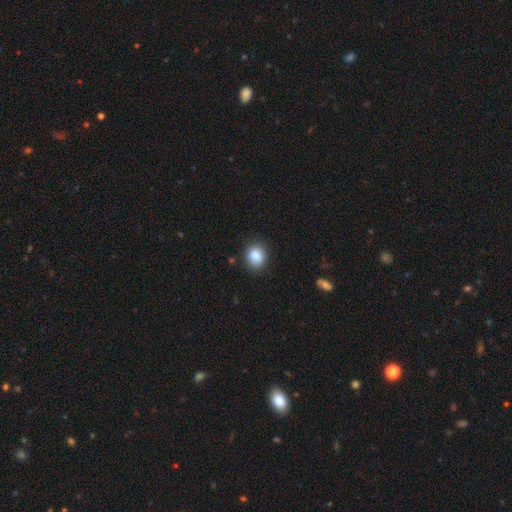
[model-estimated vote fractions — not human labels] Q: Smooth or featured?
A: smooth (87%); runner-up: star or artifact (9%)
Q: How rounded?
A: round (65%); runner-up: in between (34%)
Q: Merging?
A: none (84%); runner-up: minor disturbance (12%)